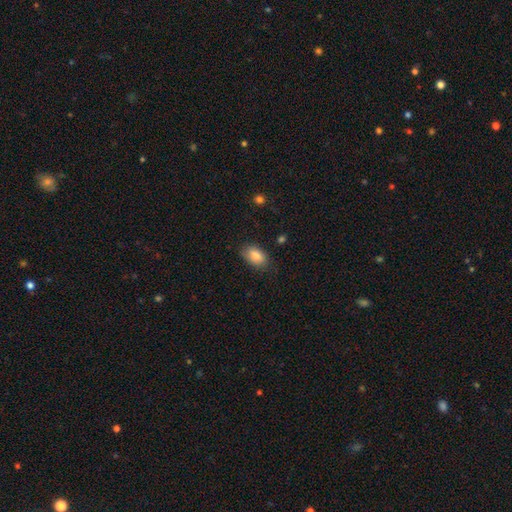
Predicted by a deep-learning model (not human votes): Morphology: type=smooth (84%); roundness=in between (90%); merging=none (78%).